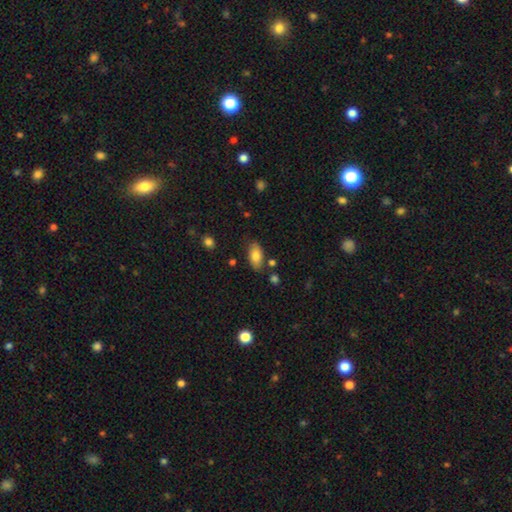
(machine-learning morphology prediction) Overall: smooth (81%). How rounded: in between (91%). Merging: none (79%).